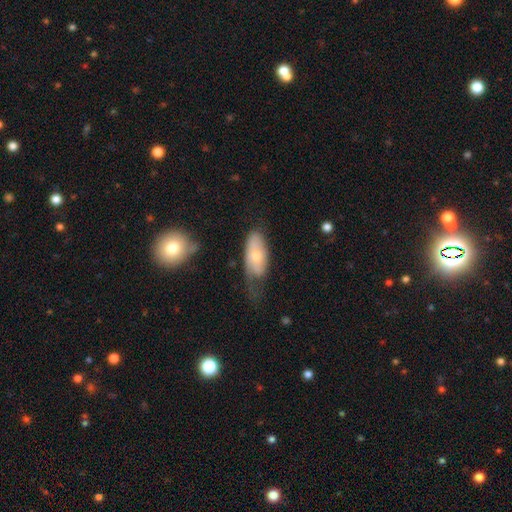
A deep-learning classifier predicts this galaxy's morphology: Smooth or featured?
  - smooth: 55% *
  - featured or disk: 39%
  - star or artifact: 6%
How rounded?
  - in between: 85% *
  - cigar-shaped: 12%
  - round: 3%
Merging?
  - none: 35% *
  - minor disturbance: 34%
  - major disturbance: 27%
  - merger: 3%